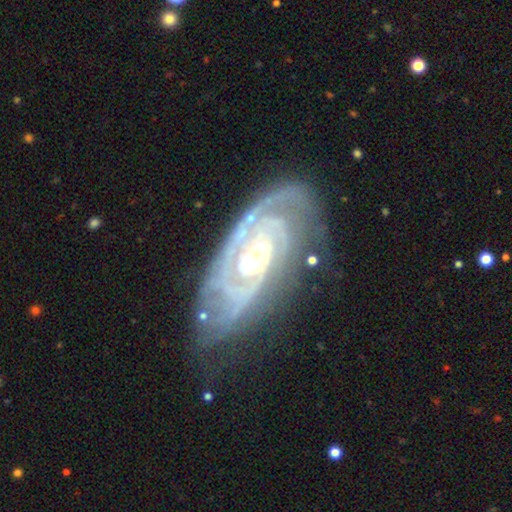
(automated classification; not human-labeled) Smooth or featured? Predicted: featured or disk (p=0.91). Edge-on disk? Predicted: no (p=0.94). Bar? Predicted: weak (p=0.44). Spiral arms? Predicted: yes (p=0.98). Spiral winding? Predicted: tight (p=0.74). Spiral arm count? Predicted: 2 (p=0.43). Bulge size? Predicted: moderate (p=0.50). Merging? Predicted: none (p=0.70).